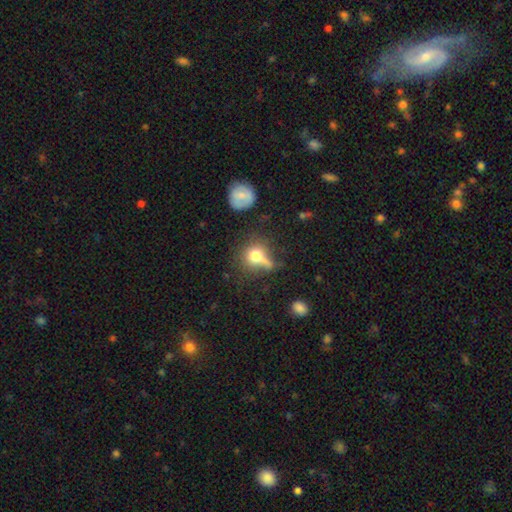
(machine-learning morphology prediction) Smooth or featured?
  - smooth: 69% *
  - featured or disk: 17%
  - star or artifact: 13%
How rounded?
  - round: 78% *
  - in between: 20%
  - cigar-shaped: 2%
Merging?
  - none: 44% *
  - minor disturbance: 20%
  - major disturbance: 19%
  - merger: 16%